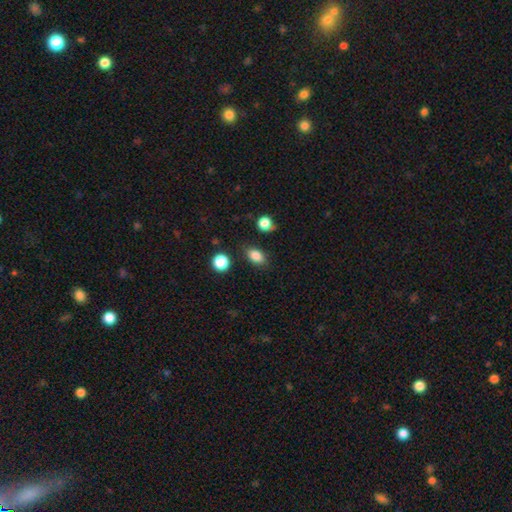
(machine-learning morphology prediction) type=smooth (85%); roundness=in between (79%); merging=none (81%).